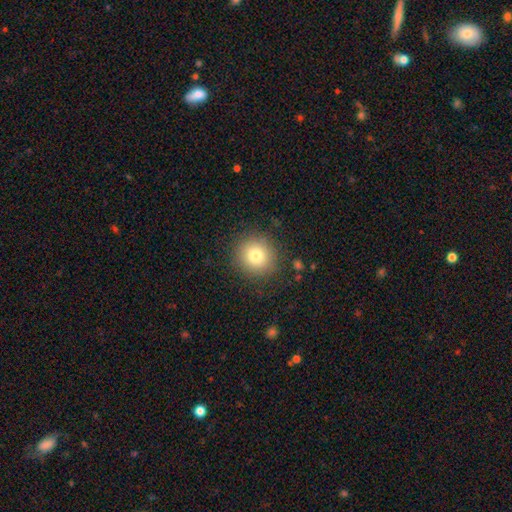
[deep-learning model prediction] Overall: smooth (79%). How rounded: round (91%). Merging: none (88%).